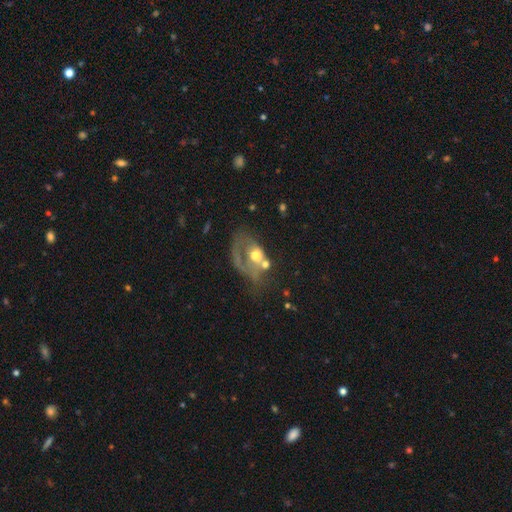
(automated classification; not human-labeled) Q: Smooth or featured?
A: featured or disk (53%); runner-up: smooth (36%)
Q: Edge-on disk?
A: no (96%); runner-up: yes (4%)
Q: Bar?
A: no (84%); runner-up: weak (12%)
Q: Spiral arms?
A: no (66%); runner-up: yes (34%)
Q: Bulge size?
A: moderate (61%); runner-up: large (25%)
Q: Merging?
A: major disturbance (40%); runner-up: none (23%)